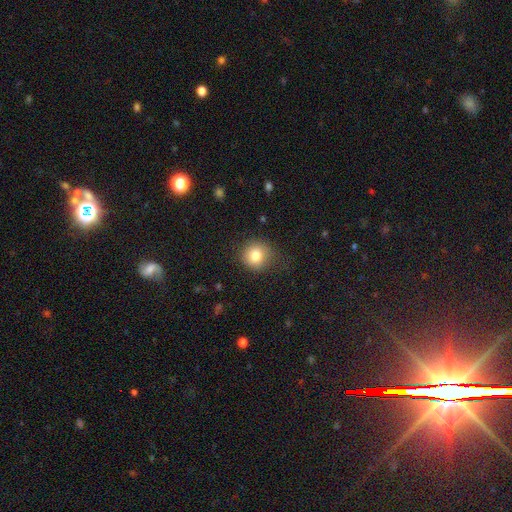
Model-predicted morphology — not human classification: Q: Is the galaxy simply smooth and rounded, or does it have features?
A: smooth — 80%.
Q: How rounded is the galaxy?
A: round — 90%.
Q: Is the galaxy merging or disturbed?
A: none — 79%.